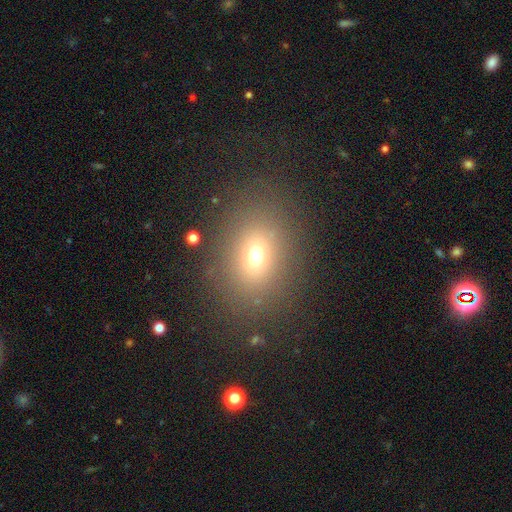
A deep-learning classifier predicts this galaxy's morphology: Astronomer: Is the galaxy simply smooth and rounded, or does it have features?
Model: smooth — 68%.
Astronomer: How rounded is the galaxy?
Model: in between — 57% (runner-up: round, 42%).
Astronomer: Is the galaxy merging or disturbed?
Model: none — 83%.